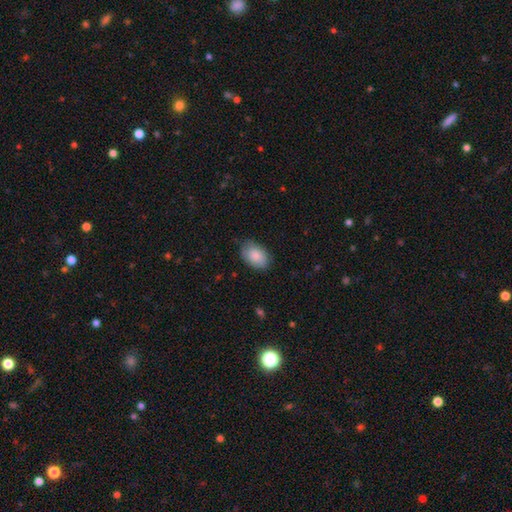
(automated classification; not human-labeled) The model was most divided on "merging": none: 80%, minor disturbance: 17%, major disturbance: 3%, merger: 1%. More confident: how rounded — in between (88%); smooth or featured — smooth (85%).